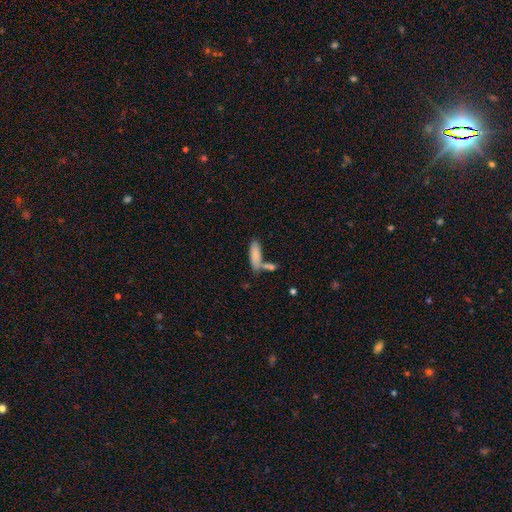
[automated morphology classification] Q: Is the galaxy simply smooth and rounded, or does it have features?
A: smooth — 84%.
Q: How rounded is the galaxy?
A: in between — 49%, tied with cigar-shaped.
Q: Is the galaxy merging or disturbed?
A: none — 54%.